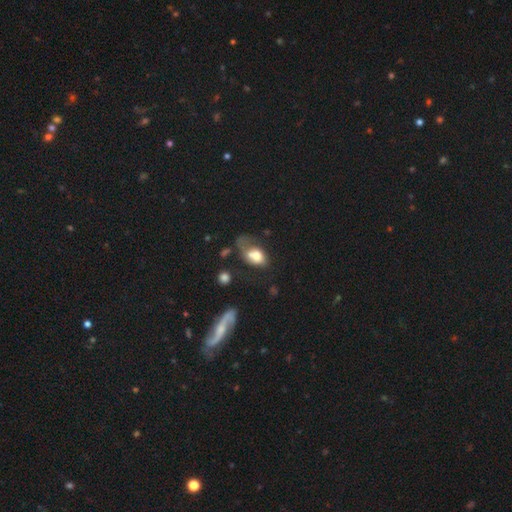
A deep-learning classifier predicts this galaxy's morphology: Smooth or featured? Predicted: smooth (p=0.66). How rounded? Predicted: in between (p=0.82). Merging? Predicted: major disturbance (p=0.40).